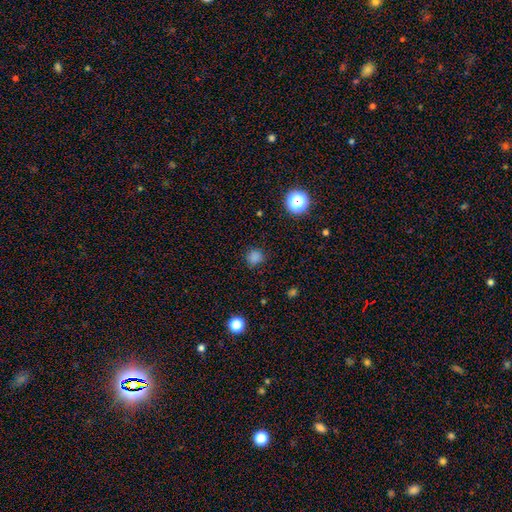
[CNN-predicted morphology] The model was most divided on "smooth or featured": smooth: 77%, star or artifact: 19%, featured or disk: 4%. More confident: how rounded — round (89%); merging — none (85%).